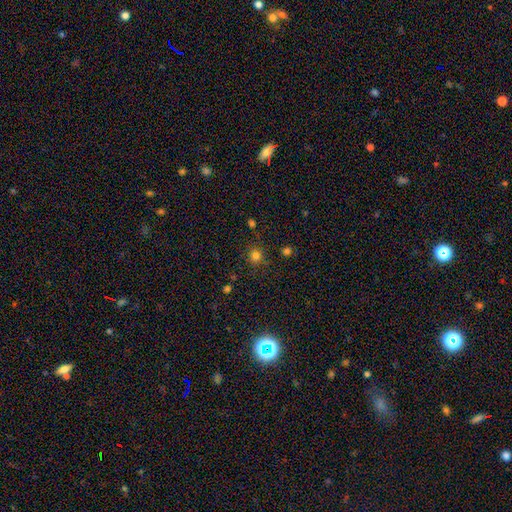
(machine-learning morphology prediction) Smooth or featured? Predicted: smooth (p=0.78). How rounded? Predicted: round (p=0.90). Merging? Predicted: none (p=0.84).